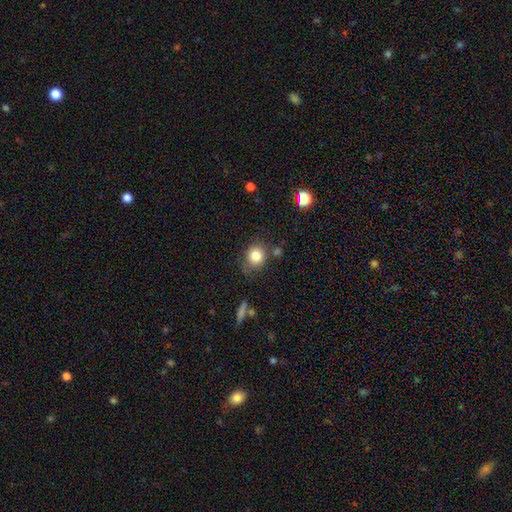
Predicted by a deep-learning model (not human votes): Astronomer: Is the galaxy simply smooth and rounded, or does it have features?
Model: smooth — 82%.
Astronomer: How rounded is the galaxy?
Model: round — 77%.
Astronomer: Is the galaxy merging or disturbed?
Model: none — 72%.